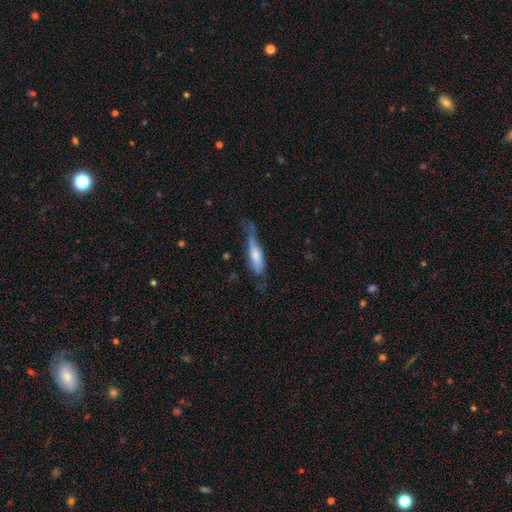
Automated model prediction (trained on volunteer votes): smooth 58%, featured or disk 36%, star or artifact 6%. Down the decision tree: how rounded — cigar-shaped (62%); merging — none (33%, tied with minor disturbance).